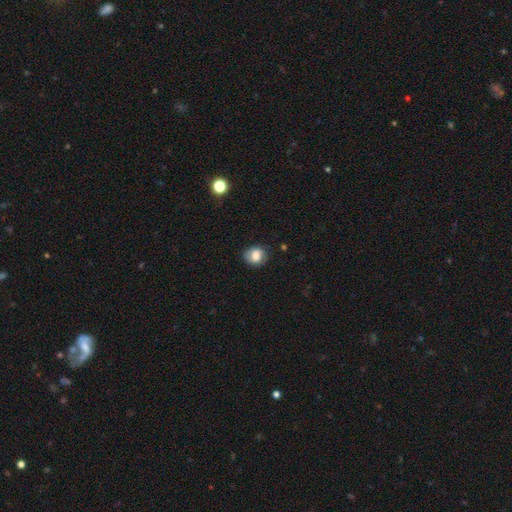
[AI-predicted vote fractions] smooth-or-featured: smooth: 74% | featured or disk: 17% | star or artifact: 9%
  how-rounded: round: 69% | in between: 30% | cigar-shaped: 1%
  merging: none: 75% | minor disturbance: 18% | major disturbance: 5% | merger: 1%